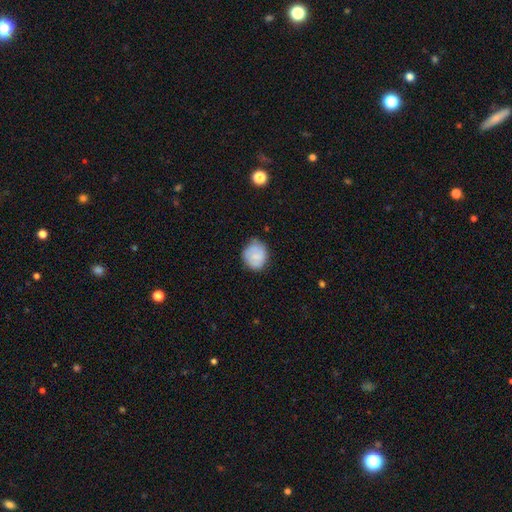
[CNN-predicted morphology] Smooth or featured: smooth — 68% (featured or disk — 24%)
How rounded: round — 73% (in between — 26%)
Merging: none — 67% (minor disturbance — 25%)